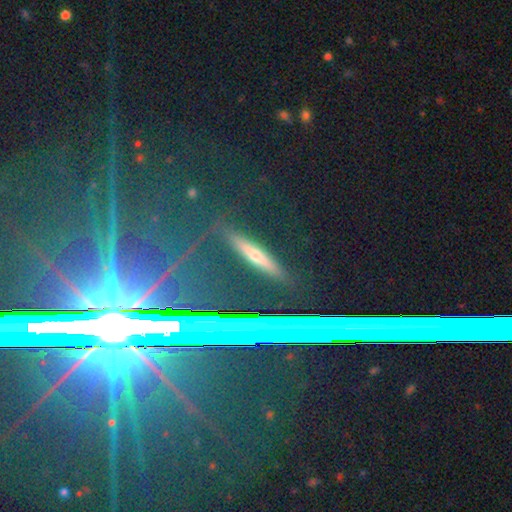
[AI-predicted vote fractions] This is marginally a star or artifact rather than a galaxy (43%).